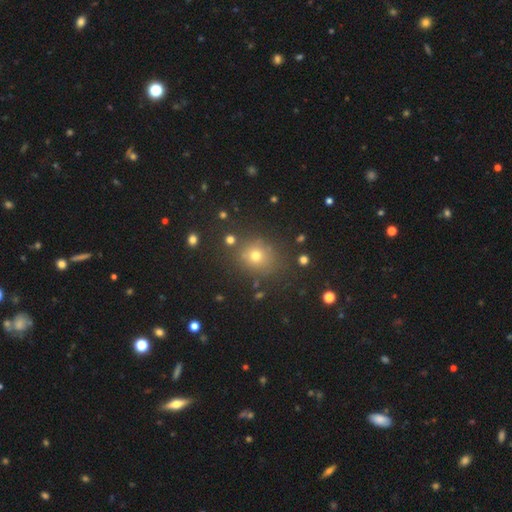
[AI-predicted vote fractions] Overall: smooth (69%). How rounded: round (76%). Merging: none (80%).